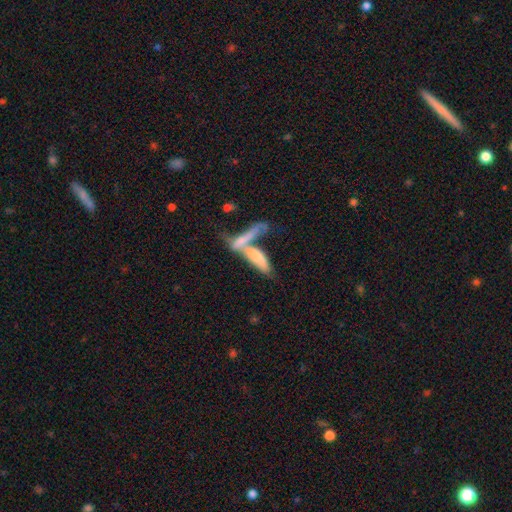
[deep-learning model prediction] Smooth or featured?
  - smooth: 56% *
  - featured or disk: 35%
  - star or artifact: 9%
How rounded?
  - cigar-shaped: 61% *
  - in between: 36%
  - round: 2%
Merging?
  - merger: 65% *
  - none: 19%
  - major disturbance: 8%
  - minor disturbance: 8%